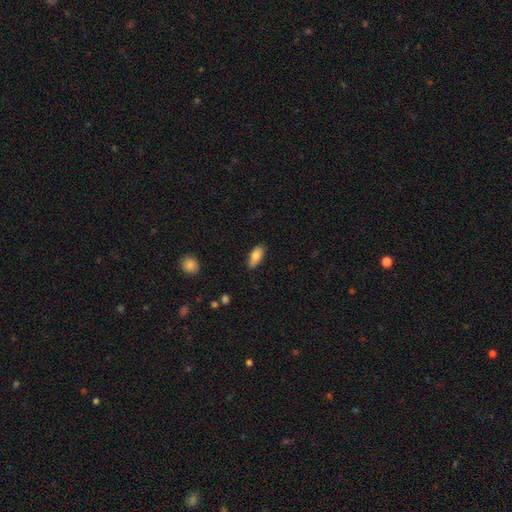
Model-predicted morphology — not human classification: smooth-or-featured: smooth: 80% | featured or disk: 13% | star or artifact: 7%
  how-rounded: in between: 83% | cigar-shaped: 14% | round: 3%
  merging: none: 79% | minor disturbance: 17% | major disturbance: 3% | merger: 1%